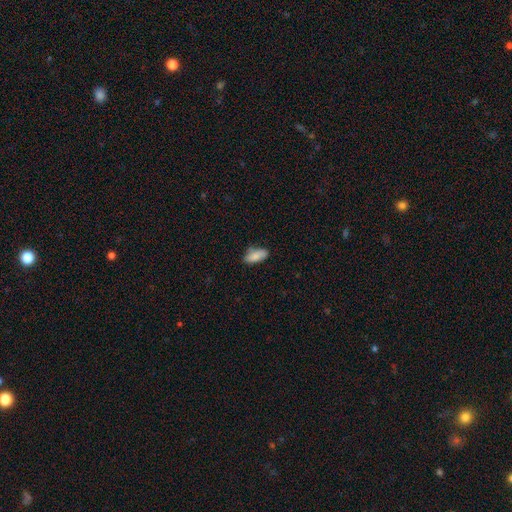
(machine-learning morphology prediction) This is clearly a smooth galaxy (86%). How rounded: clearly in between (84%). Merging: likely none (73%).